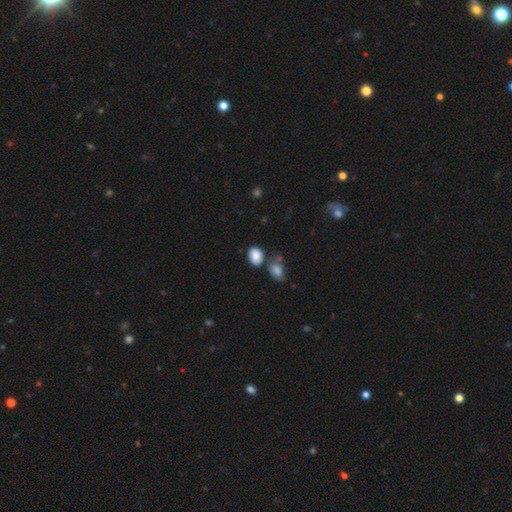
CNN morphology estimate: The model was most divided on "how rounded": in between: 67%, round: 32%, cigar-shaped: 1%. More confident: smooth or featured — smooth (86%); merging — none (63%).